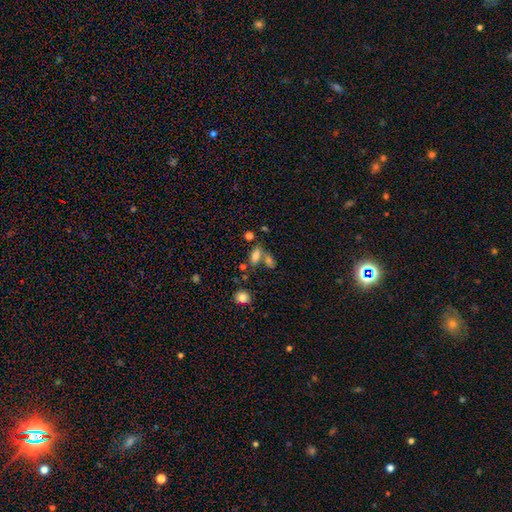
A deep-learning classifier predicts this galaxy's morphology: smooth_or_featured: smooth (p=0.74) [alt: featured or disk p=0.14]
how_rounded: in between (p=0.77) [alt: cigar-shaped p=0.16]
merging: none (p=0.45) [alt: merger p=0.38]